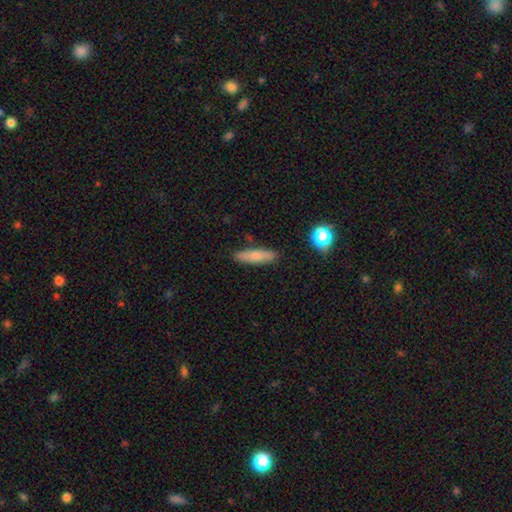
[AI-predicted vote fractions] smooth 72%, featured or disk 20%, star or artifact 7%. Down the decision tree: how rounded — cigar-shaped (69%); merging — none (85%).